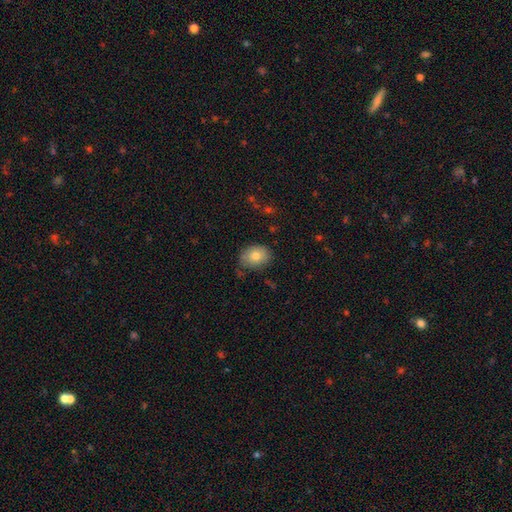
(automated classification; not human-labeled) The model was most divided on "how rounded": in between: 66%, round: 33%, cigar-shaped: 1%. More confident: smooth or featured — smooth (80%); merging — none (75%).